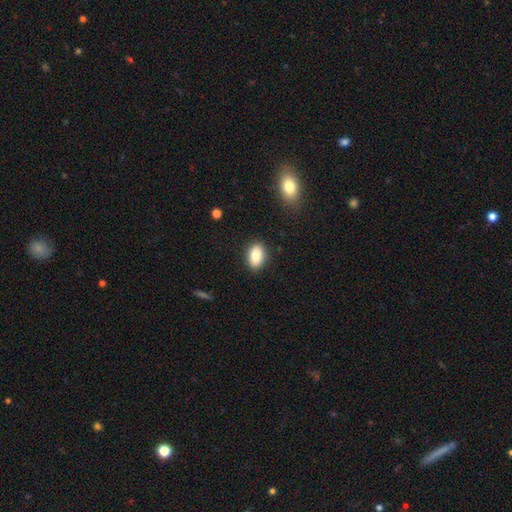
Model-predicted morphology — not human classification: Q: Smooth or featured?
A: smooth (84%); runner-up: featured or disk (8%)
Q: How rounded?
A: in between (87%); runner-up: round (11%)
Q: Merging?
A: none (87%); runner-up: minor disturbance (9%)